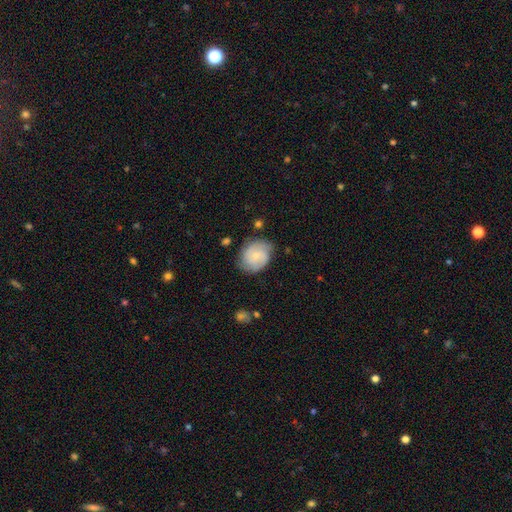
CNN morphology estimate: A featured or disk galaxy (53%) with no bar (71%), spiral arms (89%) and a small central bulge (69%).

Vote fractions:
- Smooth or featured? featured or disk: 53% / smooth: 40% / star or artifact: 7%
- Edge-on disk? no: 97% / yes: 3%
- Bar? no: 71% / weak: 26% / strong: 3%
- Spiral arms? yes: 89% / no: 11%
- Bulge size? small: 69% / moderate: 22% / none: 6% / large: 2% / dominant: 1%
- Merging? none: 73% / minor disturbance: 20% / major disturbance: 5% / merger: 2%